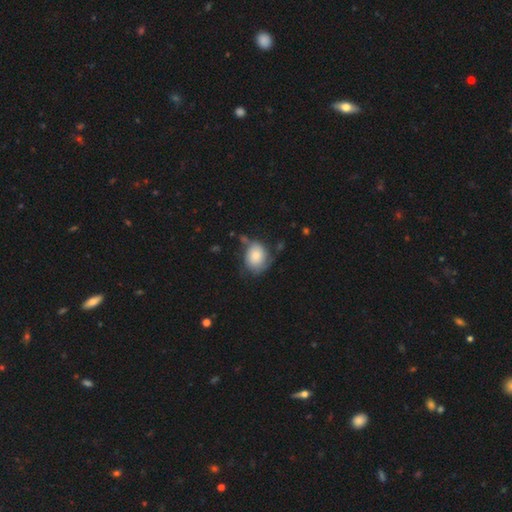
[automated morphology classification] Smooth or featured: smooth — 72% (featured or disk — 21%)
How rounded: round — 56% (in between — 43%)
Merging: none — 48% (minor disturbance — 31%)